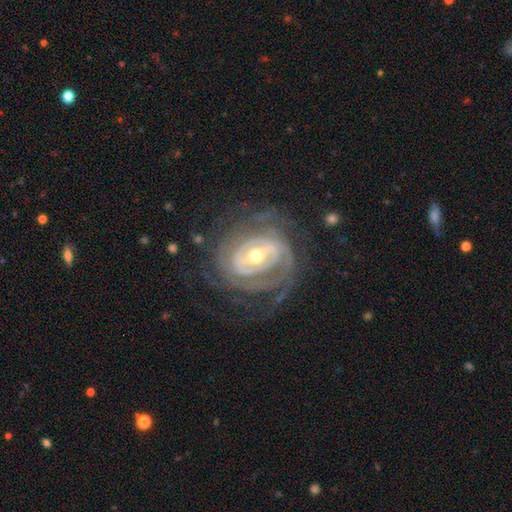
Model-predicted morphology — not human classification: A featured or disk galaxy (90%) with a strong bar (43%), tight (72%) spiral arms (95%) and a moderate central bulge (54%).

Vote fractions:
- Smooth or featured? featured or disk: 90% / smooth: 5% / star or artifact: 5%
- Edge-on disk? no: 96% / yes: 4%
- Bar? strong: 43% / weak: 38% / no: 19%
- Spiral arms? yes: 95% / no: 5%
- Spiral winding? tight: 72% / medium: 22% / loose: 6%
- Spiral arm count? can't tell: 28% / 2: 27% / 3: 21% / 4: 12% / 1: 6% / more than 4: 6%
- Bulge size? moderate: 54% / small: 41% / large: 3% / dominant: 1% / none: 1%
- Merging? none: 70% / minor disturbance: 17% / major disturbance: 12% / merger: 1%